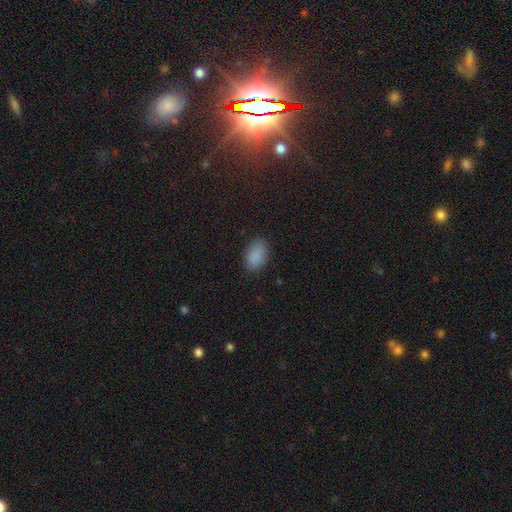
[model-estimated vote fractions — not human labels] Q: Smooth or featured?
A: smooth (88%); runner-up: star or artifact (8%)
Q: How rounded?
A: in between (90%); runner-up: round (9%)
Q: Merging?
A: none (82%); runner-up: minor disturbance (14%)